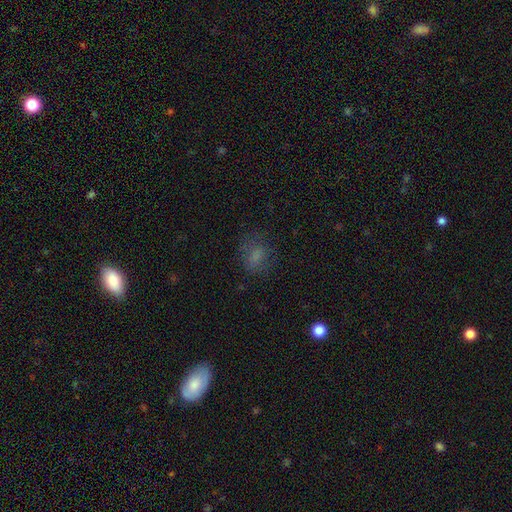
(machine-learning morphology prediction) Smooth or featured? Predicted: smooth (p=0.70). How rounded? Predicted: in between (p=0.57). Merging? Predicted: none (p=0.68).